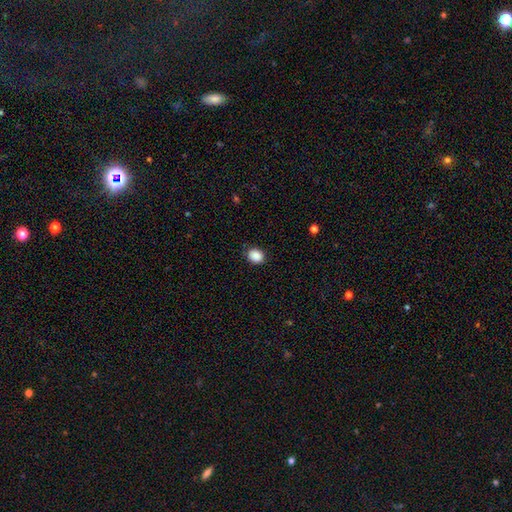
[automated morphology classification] type=smooth (88%); roundness=round (59%); merging=none (86%).